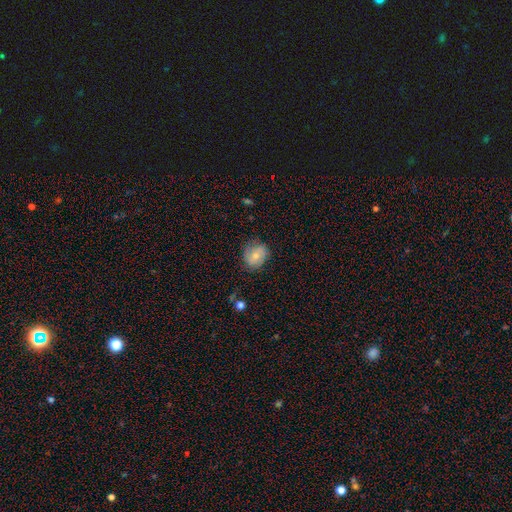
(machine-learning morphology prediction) smooth_or_featured: smooth (p=0.56) [alt: featured or disk p=0.35]
how_rounded: round (p=0.59) [alt: in between p=0.40]
merging: none (p=0.71) [alt: minor disturbance p=0.21]